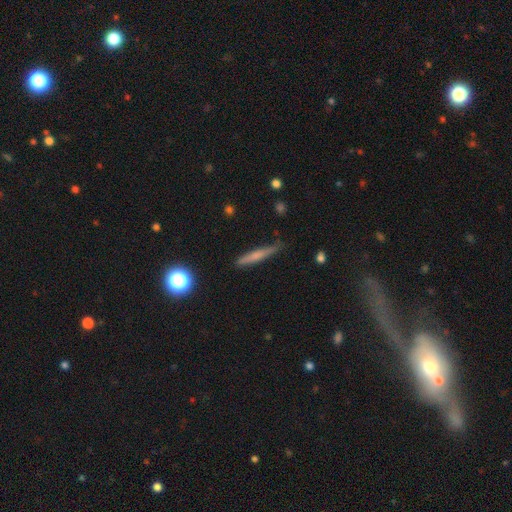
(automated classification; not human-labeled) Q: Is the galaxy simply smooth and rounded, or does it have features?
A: smooth — 59%.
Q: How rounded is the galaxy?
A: cigar-shaped — 91%.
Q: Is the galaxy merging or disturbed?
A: none — 78%.